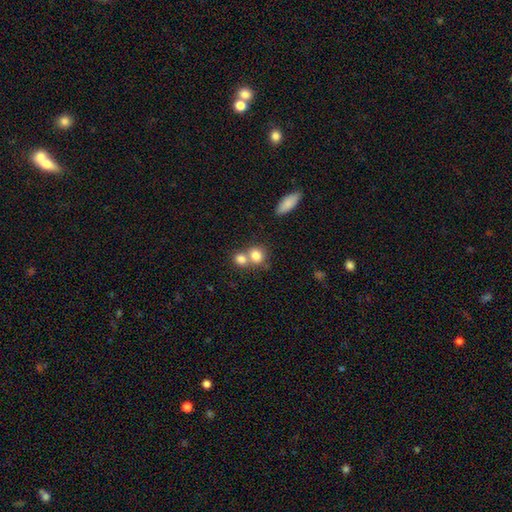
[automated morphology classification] Smooth or featured: smooth — 80% (featured or disk — 11%)
How rounded: round — 69% (in between — 30%)
Merging: merger — 54% (none — 36%)